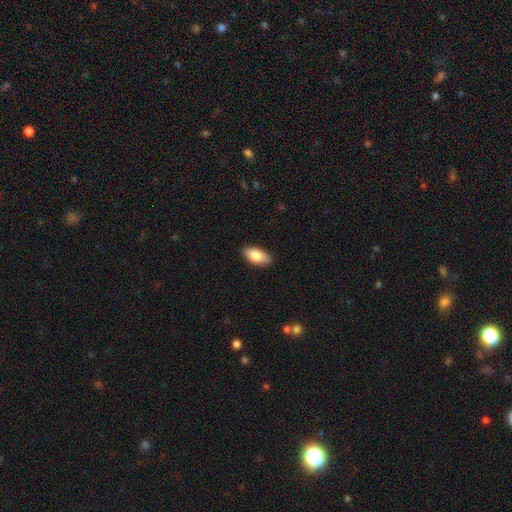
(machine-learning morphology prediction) Smooth or featured? Predicted: smooth (p=0.84). How rounded? Predicted: in between (p=0.92). Merging? Predicted: none (p=0.89).